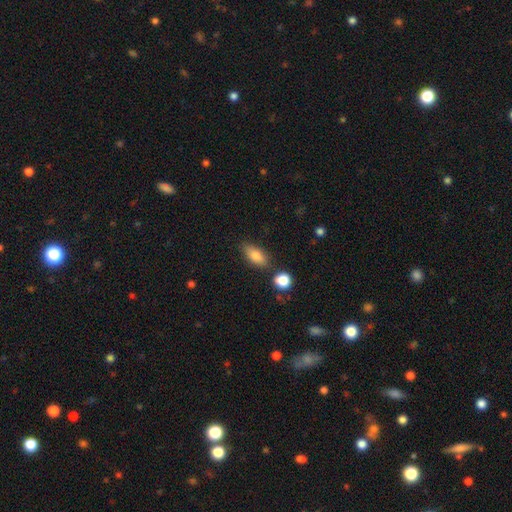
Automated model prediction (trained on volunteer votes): This is clearly a smooth galaxy (81%). How rounded: clearly in between (82%). Merging: likely none (74%).